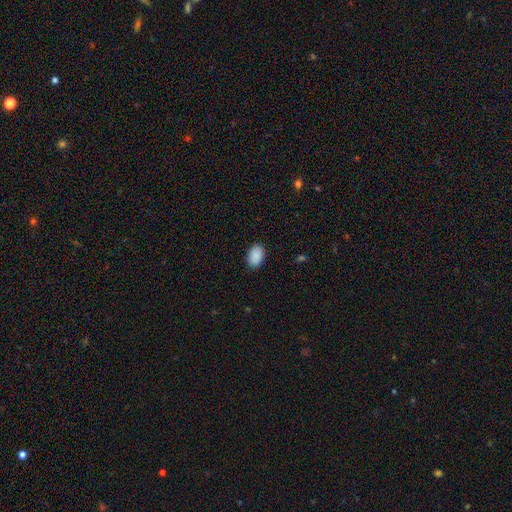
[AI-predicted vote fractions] Q: Smooth or featured?
A: smooth (90%); runner-up: star or artifact (6%)
Q: How rounded?
A: in between (91%); runner-up: round (8%)
Q: Merging?
A: none (88%); runner-up: minor disturbance (9%)